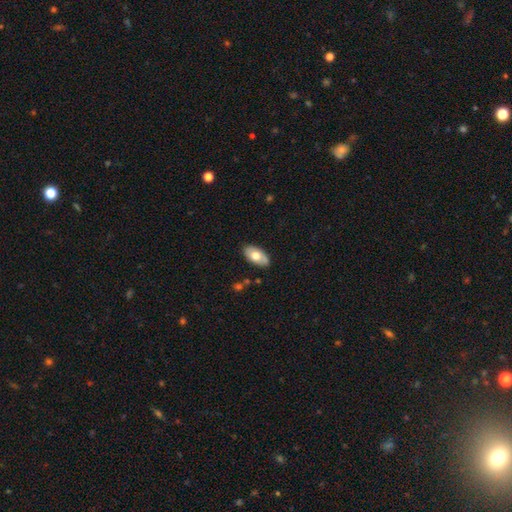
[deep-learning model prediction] This is likely a smooth galaxy (67%). How rounded: clearly in between (94%). Merging: clearly none (85%).